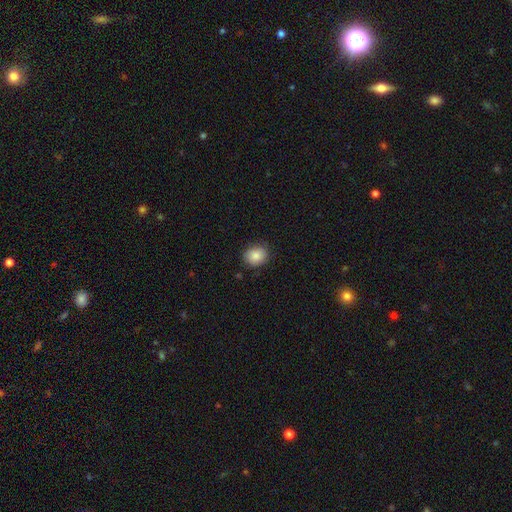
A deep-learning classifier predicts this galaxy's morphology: This is clearly a smooth galaxy (86%). How rounded: likely round (68%). Merging: clearly none (84%).